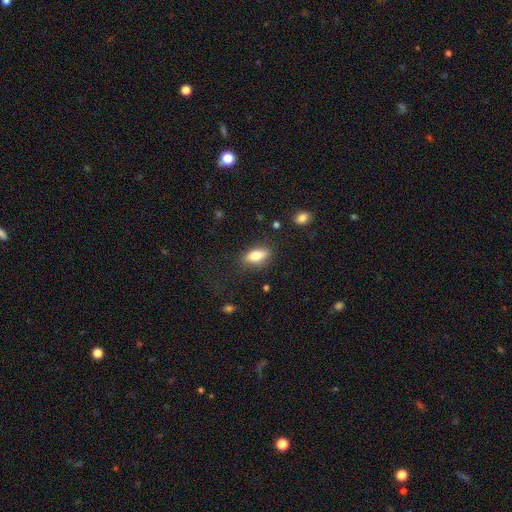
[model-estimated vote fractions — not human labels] Smooth or featured? smooth (73%)
How rounded? in between (77%)
Merging? none (83%)